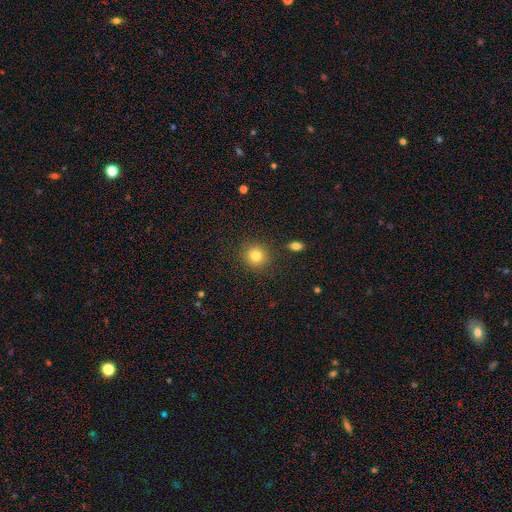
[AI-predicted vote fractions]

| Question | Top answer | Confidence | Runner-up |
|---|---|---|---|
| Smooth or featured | smooth | 83% | star or artifact (11%) |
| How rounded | round | 89% | in between (10%) |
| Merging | none | 88% | minor disturbance (7%) |